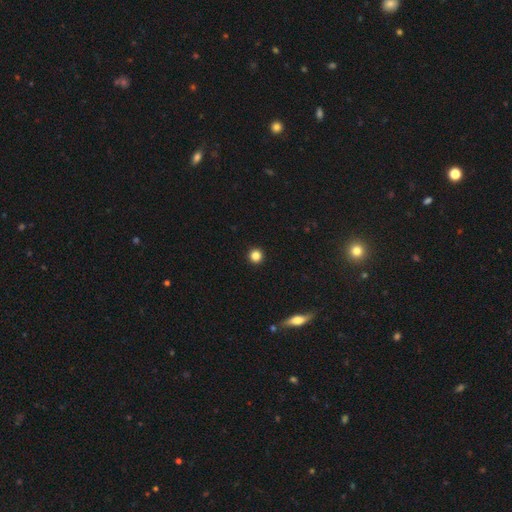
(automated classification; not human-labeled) Smooth or featured?
  - smooth: 85% *
  - star or artifact: 11%
  - featured or disk: 4%
How rounded?
  - round: 96% *
  - in between: 3%
  - cigar-shaped: 1%
Merging?
  - none: 94% *
  - minor disturbance: 3%
  - major disturbance: 1%
  - merger: 1%